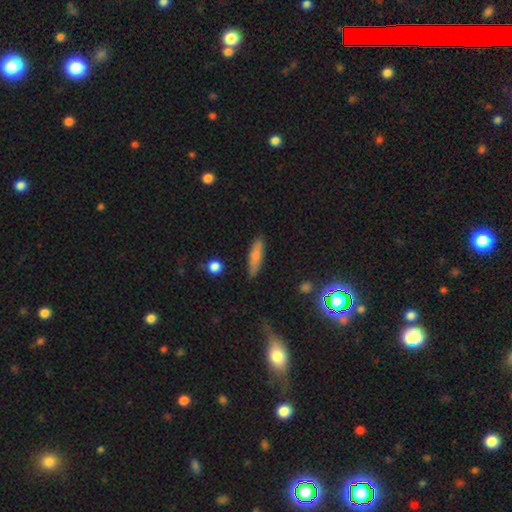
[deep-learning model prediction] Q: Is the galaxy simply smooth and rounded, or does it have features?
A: smooth — 78%.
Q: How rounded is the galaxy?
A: cigar-shaped — 67%.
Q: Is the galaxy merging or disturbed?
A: none — 85%.